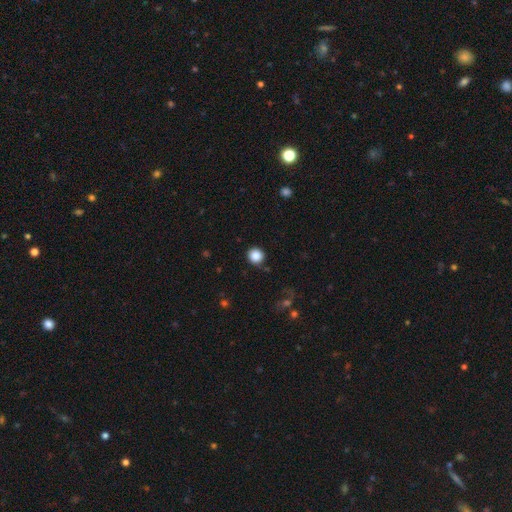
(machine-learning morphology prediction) Smooth or featured: smooth — 86% (star or artifact — 10%)
How rounded: round — 92% (in between — 7%)
Merging: none — 86% (minor disturbance — 9%)